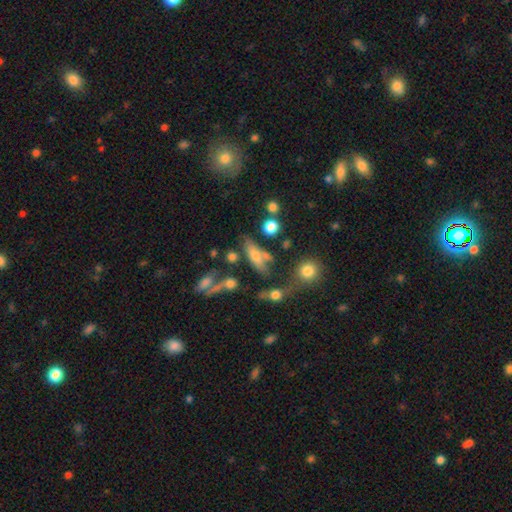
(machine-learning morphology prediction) smooth-or-featured: smooth: 60% | featured or disk: 27% | star or artifact: 12%
  how-rounded: in between: 55% | cigar-shaped: 37% | round: 8%
  merging: none: 46% | merger: 22% | minor disturbance: 20% | major disturbance: 12%